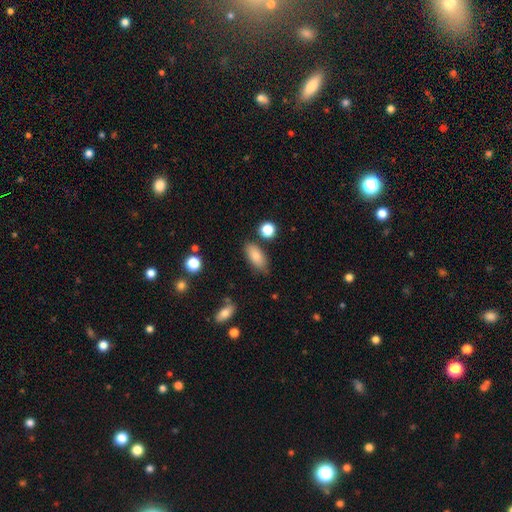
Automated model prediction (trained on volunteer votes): A smooth galaxy with no disk features (83%) that is in between round and cigar-shaped (85%). Merging: none (78%).